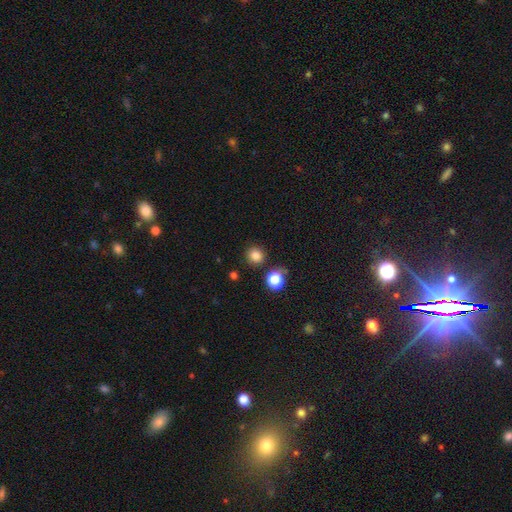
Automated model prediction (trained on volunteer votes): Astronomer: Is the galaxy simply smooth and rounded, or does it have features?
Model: smooth — 82%.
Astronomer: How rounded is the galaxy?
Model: round — 92%.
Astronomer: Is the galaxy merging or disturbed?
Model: none — 86%.